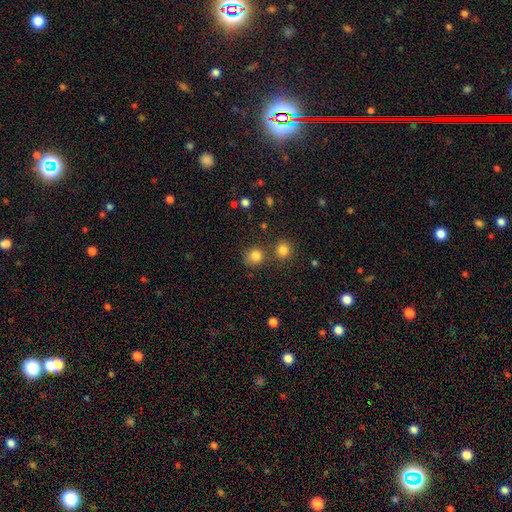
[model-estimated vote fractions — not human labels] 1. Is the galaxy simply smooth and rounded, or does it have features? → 81% smooth, 13% star or artifact, 6% featured or disk.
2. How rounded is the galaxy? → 85% round, 14% in between, 1% cigar-shaped.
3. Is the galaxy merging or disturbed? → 69% none, 16% merger, 11% minor disturbance, 4% major disturbance.